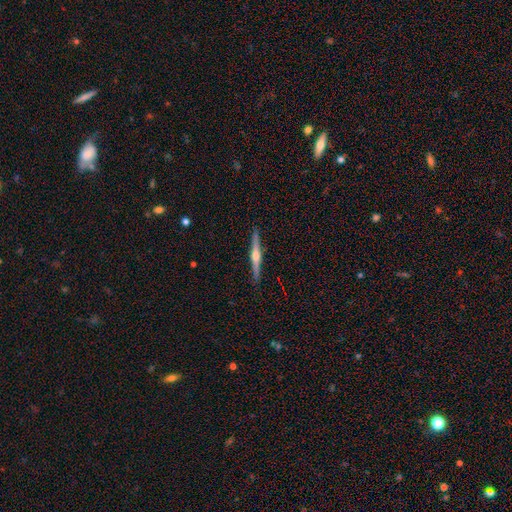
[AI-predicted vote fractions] The model was most divided on "smooth or featured": featured or disk: 77%, smooth: 18%, star or artifact: 5%. More confident: edge-on disk — yes (98%); merging — none (92%); edge-on bulge — rounded (90%).